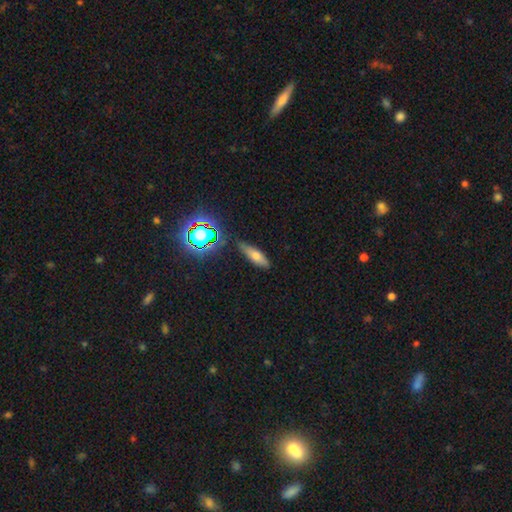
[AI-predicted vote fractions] This is likely a smooth galaxy (64%). How rounded: possibly cigar-shaped (50%). Merging: likely none (73%).